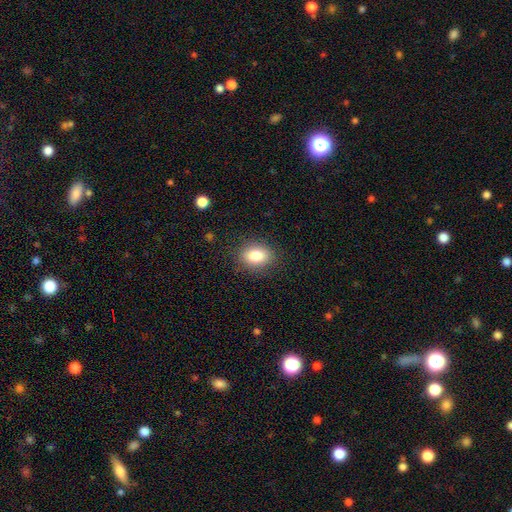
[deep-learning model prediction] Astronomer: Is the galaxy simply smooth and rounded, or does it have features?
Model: smooth — 83%.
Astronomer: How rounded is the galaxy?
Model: in between — 69%.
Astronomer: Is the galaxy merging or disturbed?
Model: none — 85%.